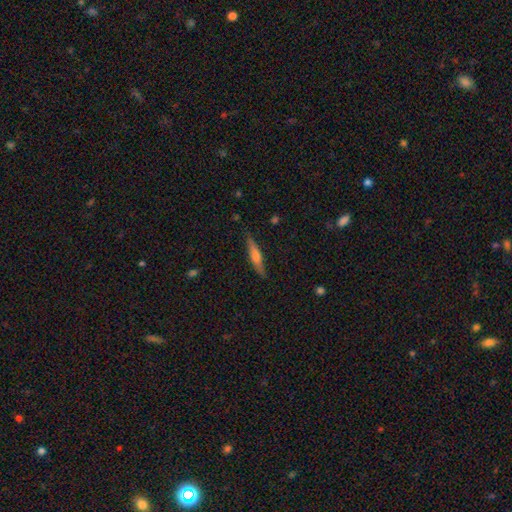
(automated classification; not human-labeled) Smooth or featured? smooth (47%)
Merging? none (86%)